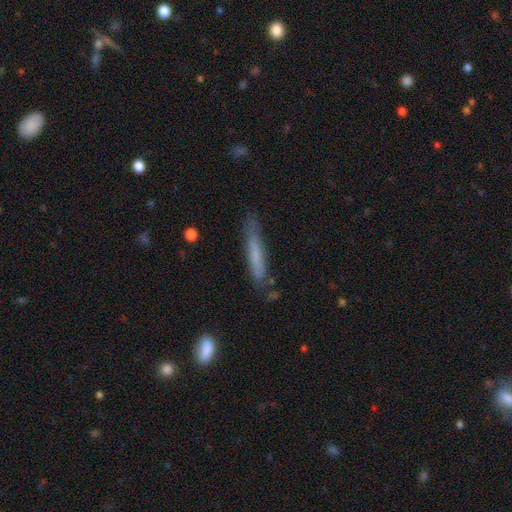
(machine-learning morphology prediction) A smooth galaxy with no disk features (66%) that is cigar-shaped (92%). Merging: none (73%).